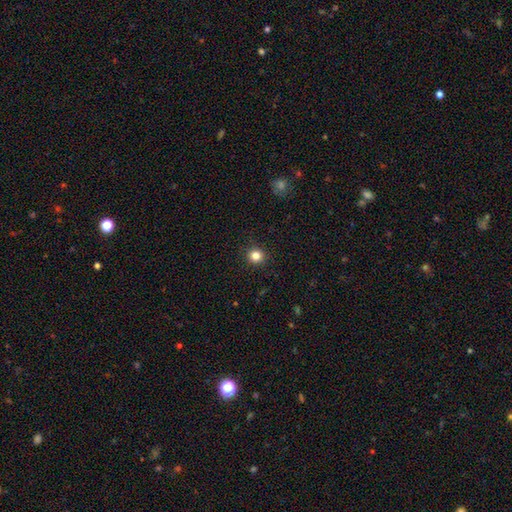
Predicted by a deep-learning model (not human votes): smooth_or_featured: smooth (p=0.83) [alt: star or artifact p=0.12]
how_rounded: round (p=0.93) [alt: in between p=0.06]
merging: none (p=0.92) [alt: minor disturbance p=0.05]